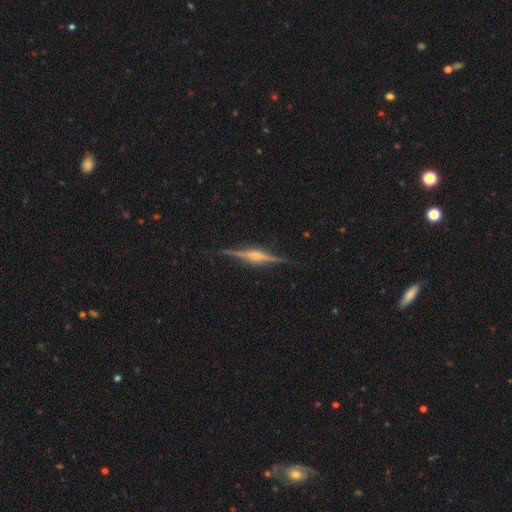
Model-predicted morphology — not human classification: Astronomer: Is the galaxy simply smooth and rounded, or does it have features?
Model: featured or disk — 85%.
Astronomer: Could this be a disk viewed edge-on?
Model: yes — 98%.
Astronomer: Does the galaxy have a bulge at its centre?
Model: rounded — 81%.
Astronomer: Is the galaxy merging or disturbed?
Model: none — 88%.